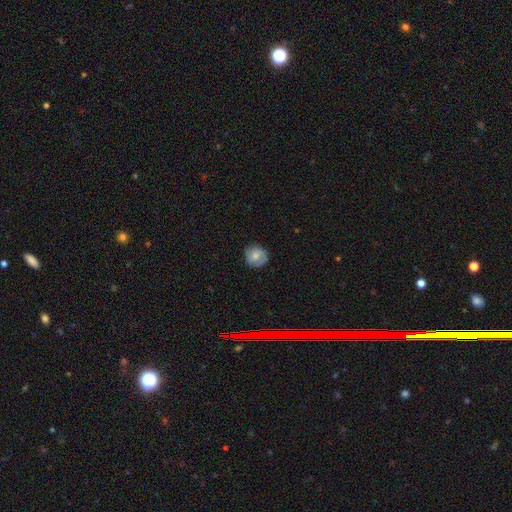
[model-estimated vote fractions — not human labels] Smooth or featured? smooth (58%)
How rounded? round (89%)
Merging? none (82%)